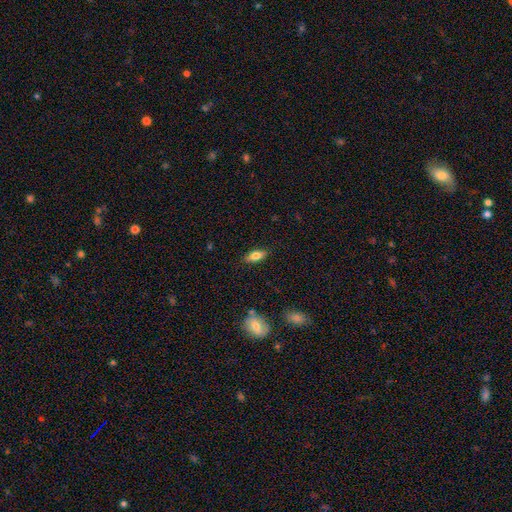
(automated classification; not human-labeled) Smooth or featured? Predicted: smooth (p=0.73). How rounded? Predicted: in between (p=0.76). Merging? Predicted: none (p=0.86).